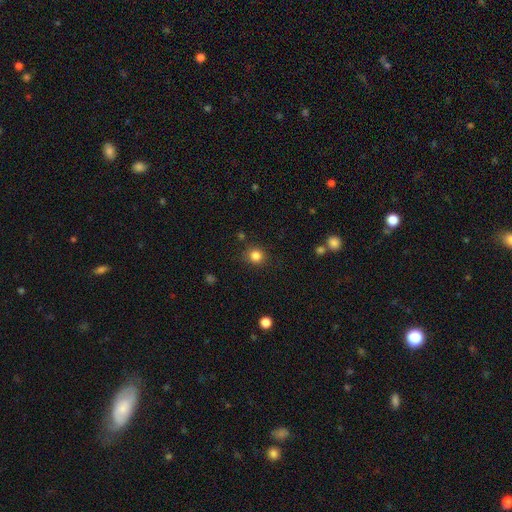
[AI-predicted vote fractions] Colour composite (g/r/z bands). It shows a smooth galaxy with no disk features (84%) that is round (89%). Merging: none (86%).